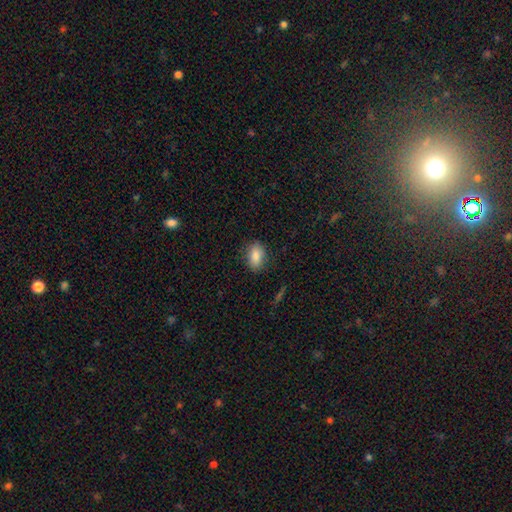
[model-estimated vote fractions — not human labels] Morphology: type=smooth (85%); roundness=in between (86%); merging=none (82%).